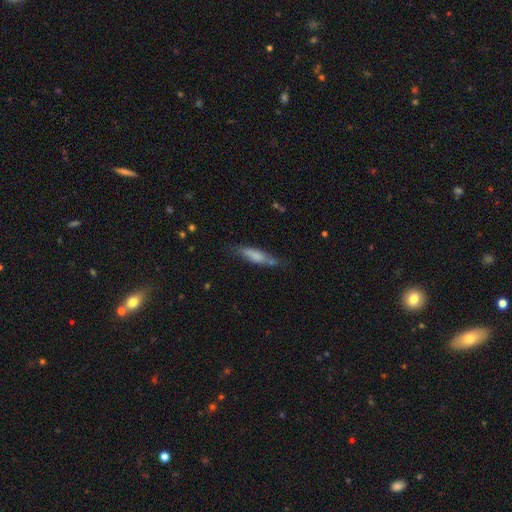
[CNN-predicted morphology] This appears to be a smooth galaxy with no disk features (66%) that is cigar-shaped (76%). Merging: none (65%).